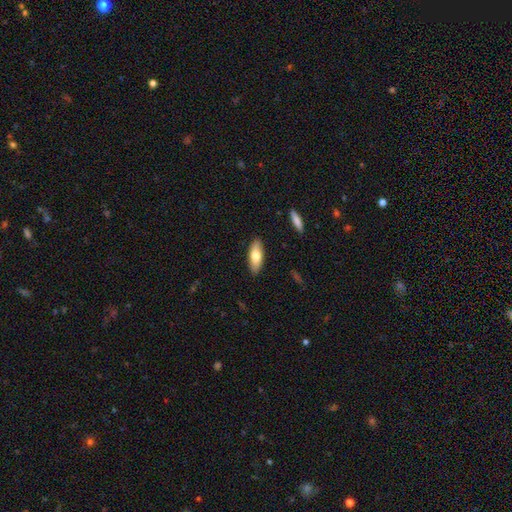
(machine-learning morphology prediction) A smooth galaxy with no disk features (74%) that is in between round and cigar-shaped (73%). Merging: none (88%).